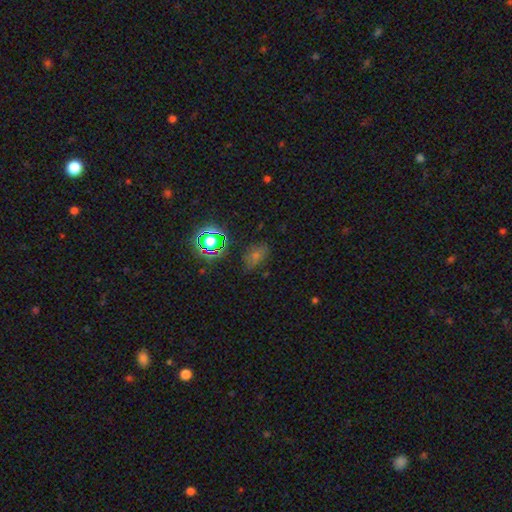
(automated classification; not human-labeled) A smooth galaxy with no disk features (47%).

Vote fractions:
- Smooth or featured? smooth: 47% / star or artifact: 39% / featured or disk: 14%
- Merging? none: 74% / minor disturbance: 17% / major disturbance: 6% / merger: 3%